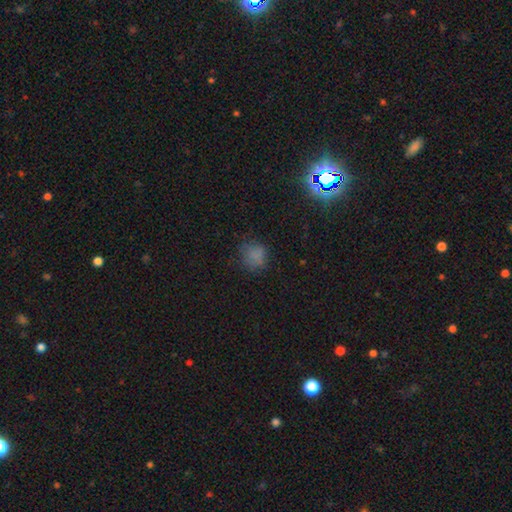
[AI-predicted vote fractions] smooth-or-featured: smooth: 72% | star or artifact: 20% | featured or disk: 9%
  how-rounded: round: 80% | in between: 18% | cigar-shaped: 1%
  merging: none: 71% | minor disturbance: 19% | major disturbance: 8% | merger: 2%